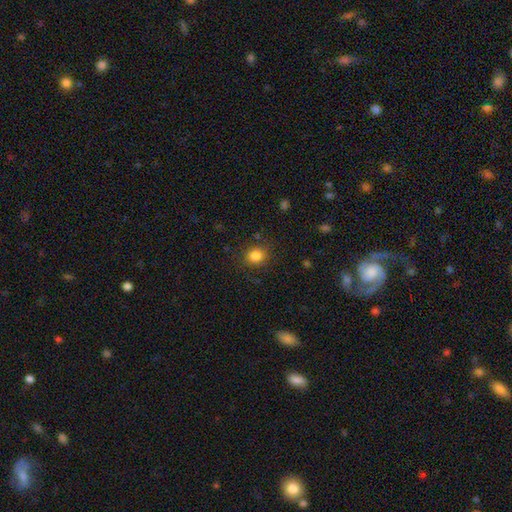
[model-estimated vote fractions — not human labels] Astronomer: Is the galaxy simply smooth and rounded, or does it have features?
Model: smooth — 84%.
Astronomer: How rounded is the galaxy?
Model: round — 78%.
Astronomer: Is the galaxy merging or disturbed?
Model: none — 85%.